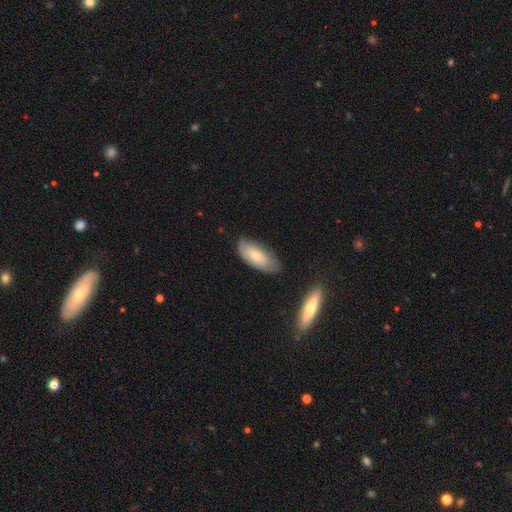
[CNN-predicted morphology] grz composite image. It shows a smooth galaxy with no disk features (70%) that is in between round and cigar-shaped (88%). Merging: none (67%).